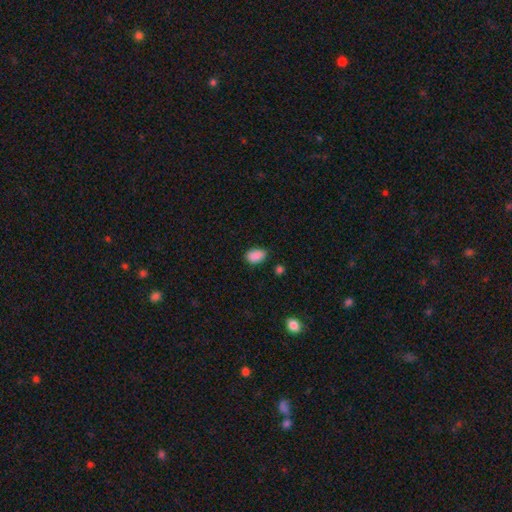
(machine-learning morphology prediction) Overall: smooth (89%). How rounded: in between (89%). Merging: none (81%).